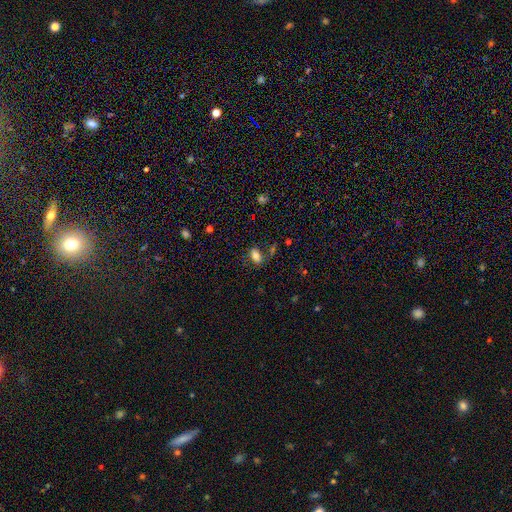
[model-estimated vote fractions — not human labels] smooth 78%, star or artifact 11%, featured or disk 11%. Down the decision tree: how rounded — in between (87%); merging — none (73%).